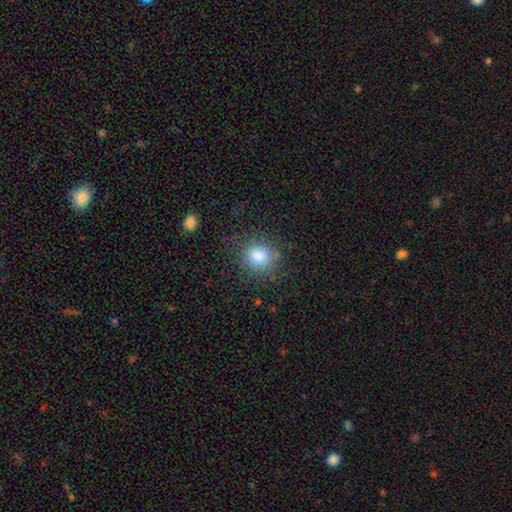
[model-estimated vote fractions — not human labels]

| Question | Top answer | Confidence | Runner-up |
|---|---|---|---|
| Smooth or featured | smooth | 83% | star or artifact (11%) |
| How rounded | round | 78% | in between (21%) |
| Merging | none | 82% | minor disturbance (12%) |